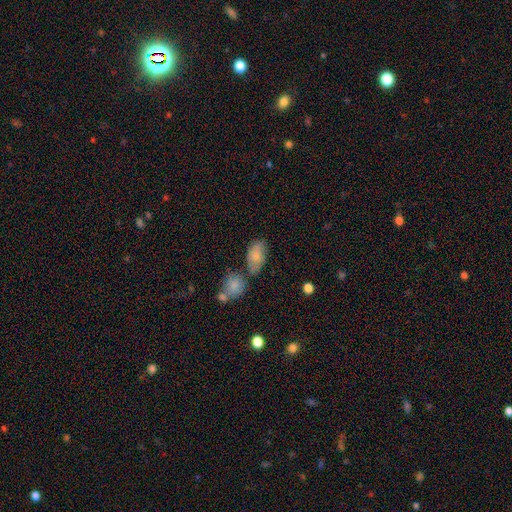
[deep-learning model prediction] Smooth or featured: smooth — 78% (featured or disk — 14%)
How rounded: in between — 91% (round — 6%)
Merging: none — 50% (minor disturbance — 22%)